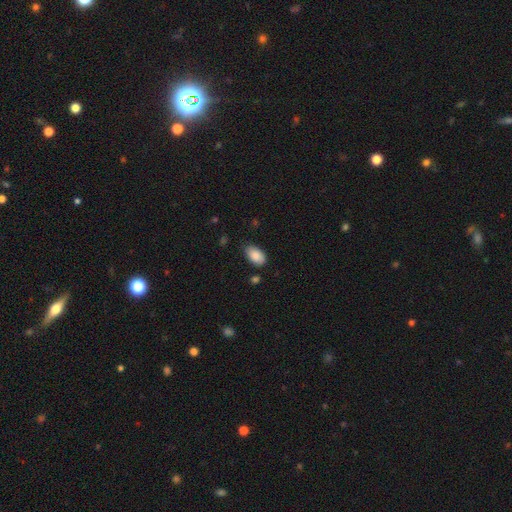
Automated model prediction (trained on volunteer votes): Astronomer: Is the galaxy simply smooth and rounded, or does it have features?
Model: smooth — 88%.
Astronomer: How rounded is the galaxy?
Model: in between — 94%.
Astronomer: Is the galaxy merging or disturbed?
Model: none — 76%.